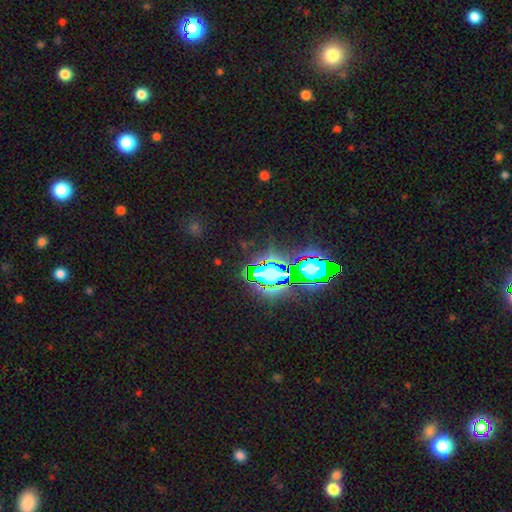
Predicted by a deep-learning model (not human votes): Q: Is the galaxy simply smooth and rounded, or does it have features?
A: star or artifact — 81%.